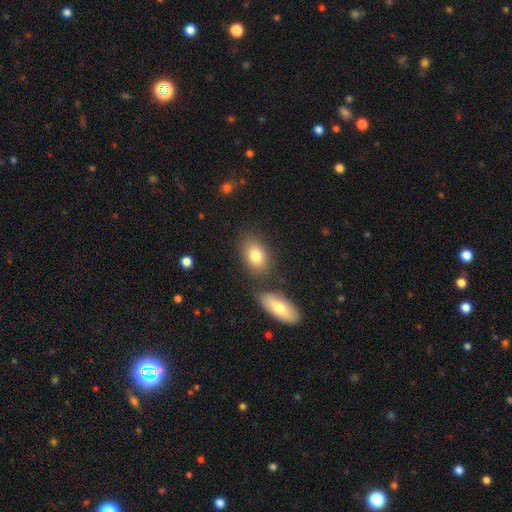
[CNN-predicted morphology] Smooth or featured? smooth (80%)
How rounded? in between (78%)
Merging? none (71%)